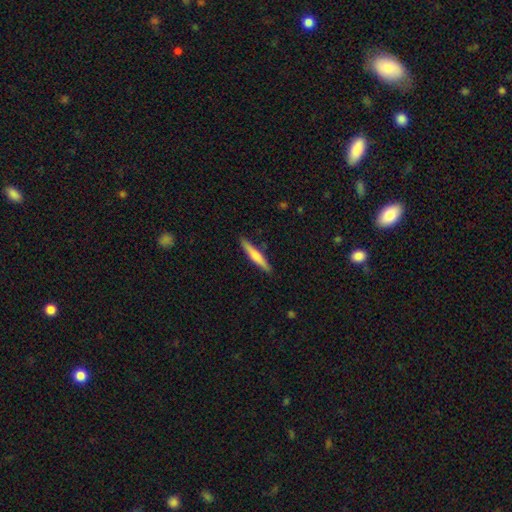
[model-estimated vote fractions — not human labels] Overall: smooth (59%; featured or disk 35%). How rounded: cigar-shaped (92%). Merging: none (89%).